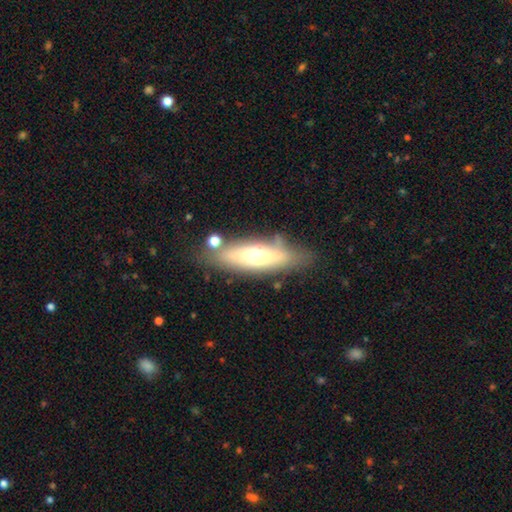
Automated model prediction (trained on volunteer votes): A smooth galaxy with no disk features (52%) that is in between round and cigar-shaped (52%). Merging: none (70%).